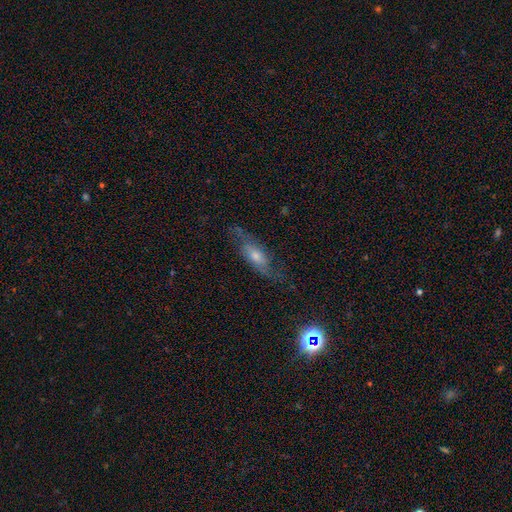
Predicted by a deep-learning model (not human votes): smooth_or_featured: featured or disk (p=0.68) [alt: smooth p=0.22]
disk_edge_on: no (p=0.73) [alt: yes p=0.27]
merging: none (p=0.70) [alt: minor disturbance p=0.18]